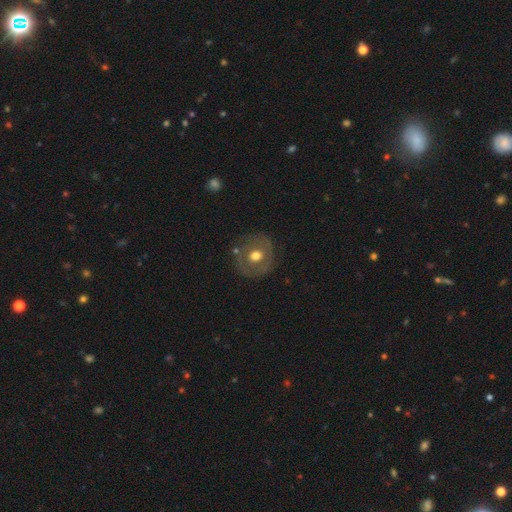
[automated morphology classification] The model was most divided on "smooth or featured": smooth: 48%, featured or disk: 44%, star or artifact: 8%. More confident: merging — none (77%).